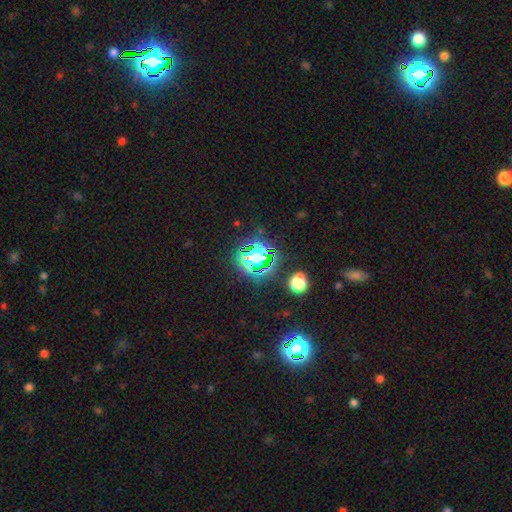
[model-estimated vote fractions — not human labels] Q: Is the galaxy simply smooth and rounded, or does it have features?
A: star or artifact — 78%.